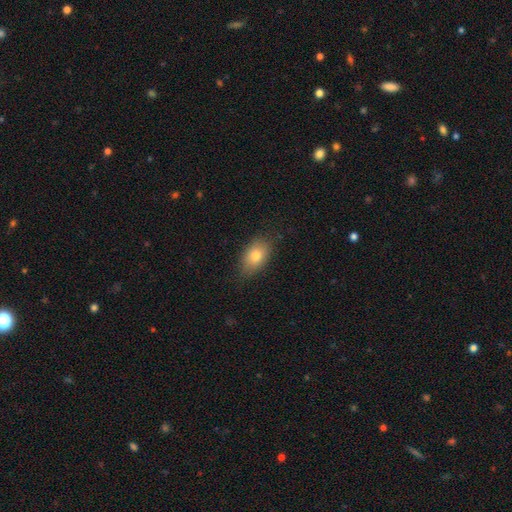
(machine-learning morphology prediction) Smooth or featured: smooth — 78% (featured or disk — 13%)
How rounded: in between — 85% (round — 13%)
Merging: none — 79% (minor disturbance — 16%)